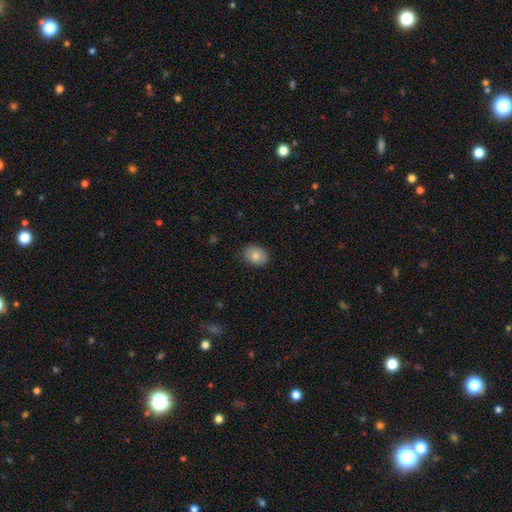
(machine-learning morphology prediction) Smooth or featured? smooth (83%)
How rounded? in between (68%)
Merging? none (86%)